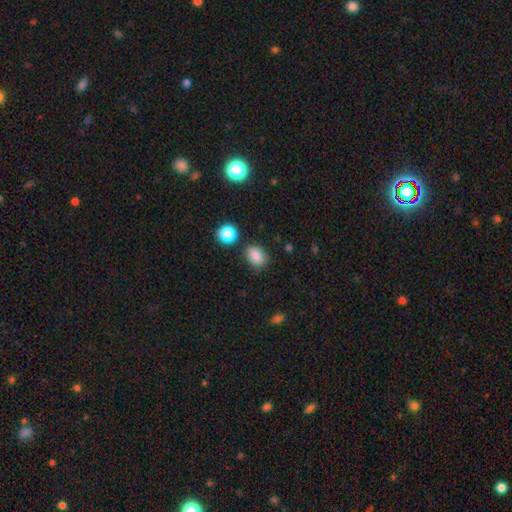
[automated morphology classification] The model was most divided on "how rounded": in between: 68%, round: 31%, cigar-shaped: 1%. More confident: smooth or featured — smooth (84%); merging — none (78%).